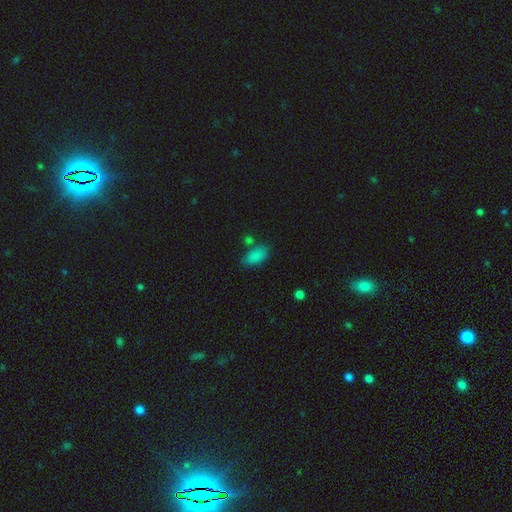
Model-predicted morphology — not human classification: smooth 85%, star or artifact 10%, featured or disk 5%. Down the decision tree: how rounded — in between (90%); merging — none (69%).